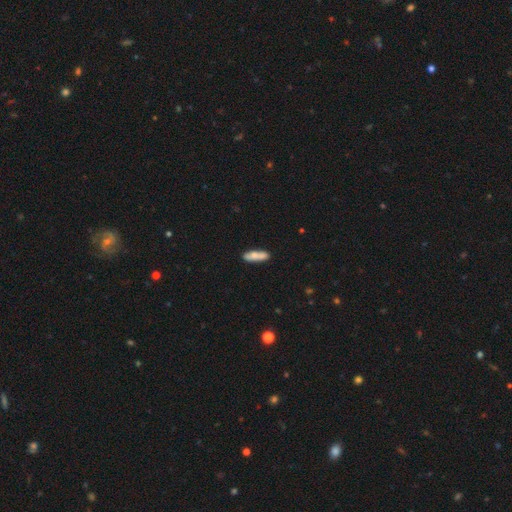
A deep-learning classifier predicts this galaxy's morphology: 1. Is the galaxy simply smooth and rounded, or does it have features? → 72% smooth, 22% featured or disk, 6% star or artifact.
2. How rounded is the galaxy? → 60% cigar-shaped, 38% in between, 2% round.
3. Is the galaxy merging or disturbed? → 76% none, 14% minor disturbance, 6% merger, 3% major disturbance.